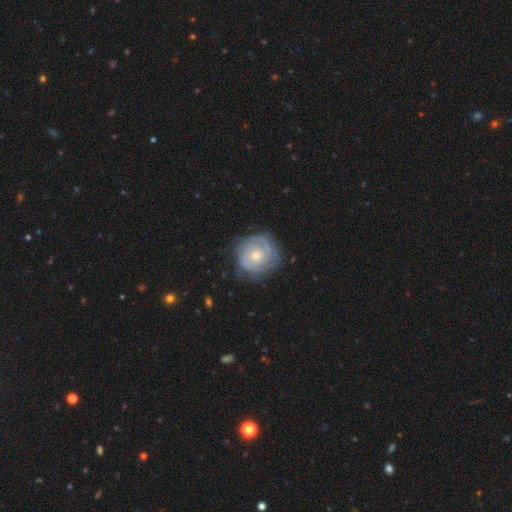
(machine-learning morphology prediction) The model was most divided on "bulge size": small: 53%, moderate: 43%, large: 2%, none: 1%, dominant: 1%. Remaining: edge-on disk — no (98%); spiral arms — yes (86%); bar — no (81%); spiral winding — tight (74%); smooth or featured — featured or disk (72%); merging — none (72%); spiral arm count — can't tell (43%).